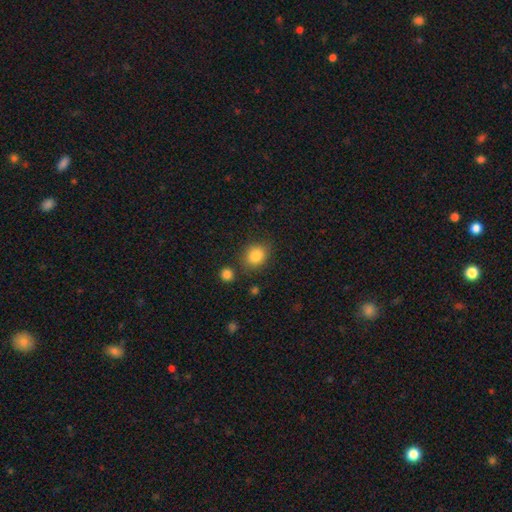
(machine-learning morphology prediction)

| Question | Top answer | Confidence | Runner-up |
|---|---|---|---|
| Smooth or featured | smooth | 84% | star or artifact (10%) |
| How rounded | round | 62% | in between (37%) |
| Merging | none | 77% | minor disturbance (13%) |